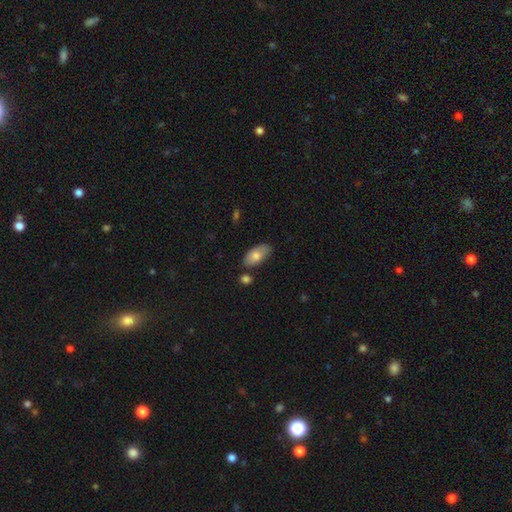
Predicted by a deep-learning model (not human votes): This is likely a smooth galaxy (78%). How rounded: clearly in between (93%). Merging: likely none (72%).